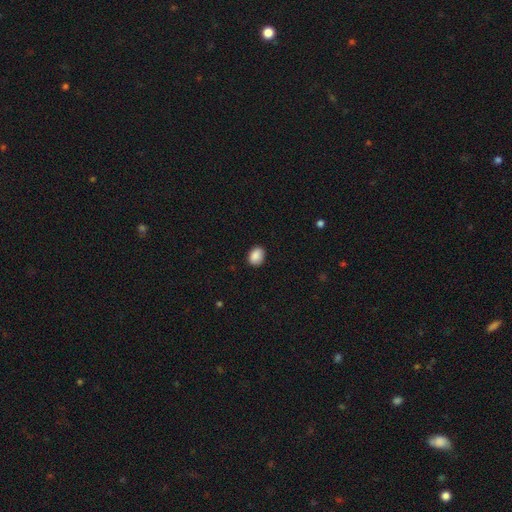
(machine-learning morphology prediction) type=smooth (89%); roundness=in between (64%); merging=none (86%).